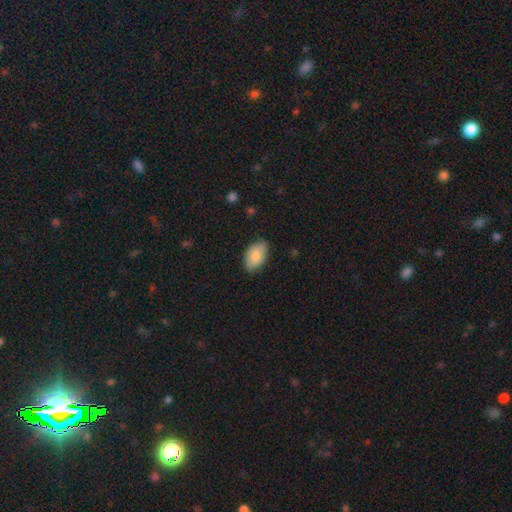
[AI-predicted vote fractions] The model was most divided on "merging": none: 77%, minor disturbance: 19%, major disturbance: 3%, merger: 1%. More confident: how rounded — in between (92%); smooth or featured — smooth (81%).